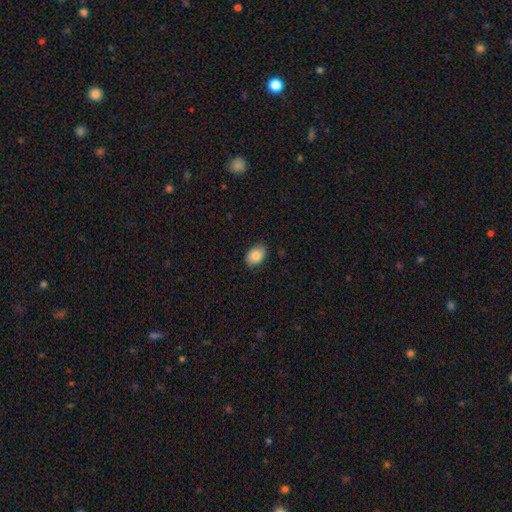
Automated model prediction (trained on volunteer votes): A smooth galaxy with no disk features (85%) that is in between round and cigar-shaped (83%). Merging: none (81%).